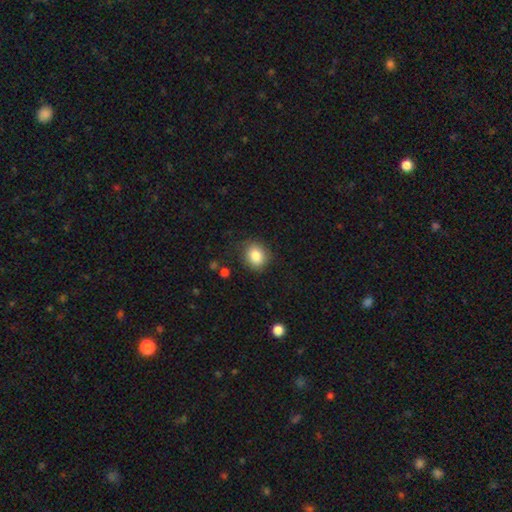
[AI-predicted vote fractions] Smooth or featured?
  - smooth: 85% *
  - star or artifact: 9%
  - featured or disk: 6%
How rounded?
  - round: 61% *
  - in between: 38%
  - cigar-shaped: 1%
Merging?
  - none: 82% *
  - minor disturbance: 13%
  - major disturbance: 4%
  - merger: 2%